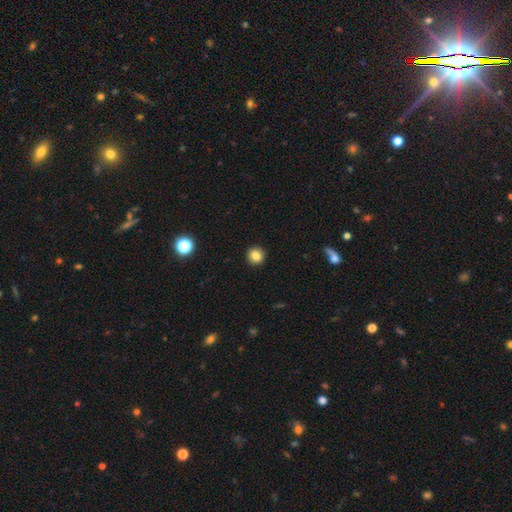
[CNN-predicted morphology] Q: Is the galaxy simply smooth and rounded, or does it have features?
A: smooth — 83%.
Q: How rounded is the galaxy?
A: round — 92%.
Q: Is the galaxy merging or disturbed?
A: none — 93%.